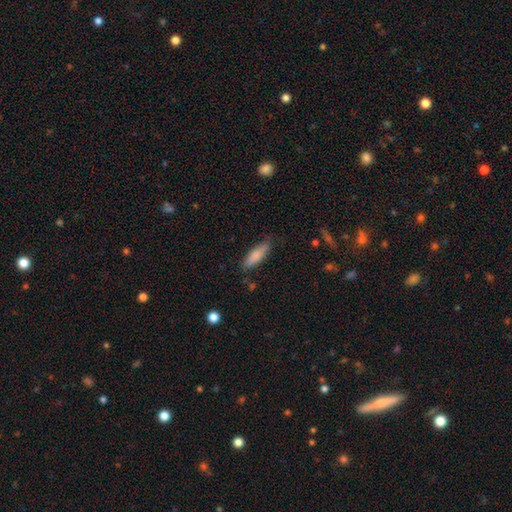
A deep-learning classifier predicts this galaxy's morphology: type=smooth (83%); roundness=cigar-shaped (52%); merging=none (77%).